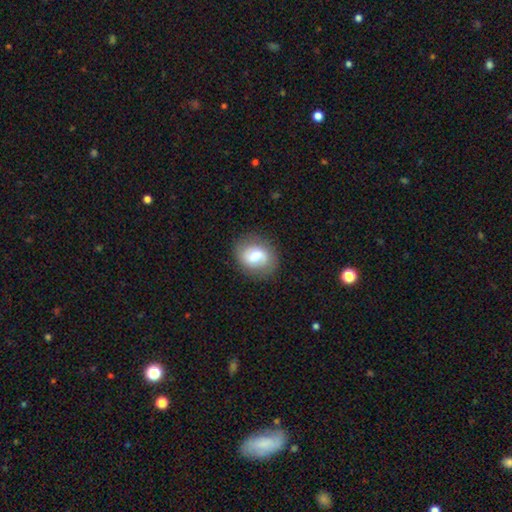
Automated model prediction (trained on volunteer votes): A featured or disk galaxy (47%).

Vote fractions:
- Smooth or featured? featured or disk: 47% / smooth: 45% / star or artifact: 8%
- Merging? none: 82% / minor disturbance: 12% / major disturbance: 5% / merger: 1%